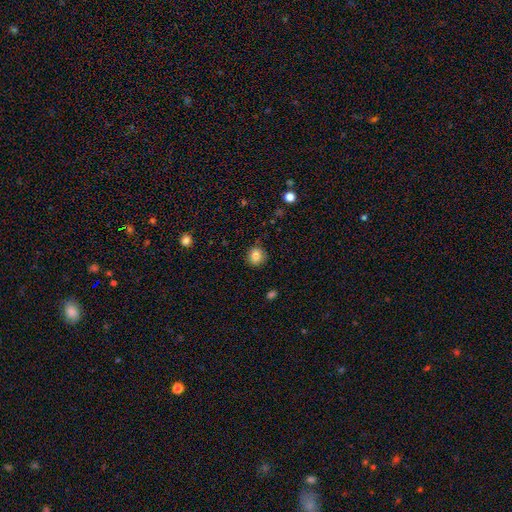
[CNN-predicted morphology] A smooth galaxy with no disk features (85%) that is round (76%).

Vote fractions:
- Smooth or featured? smooth: 85% / star or artifact: 10% / featured or disk: 5%
- How rounded? round: 76% / in between: 23% / cigar-shaped: 1%
- Merging? none: 82% / minor disturbance: 13% / major disturbance: 3% / merger: 1%